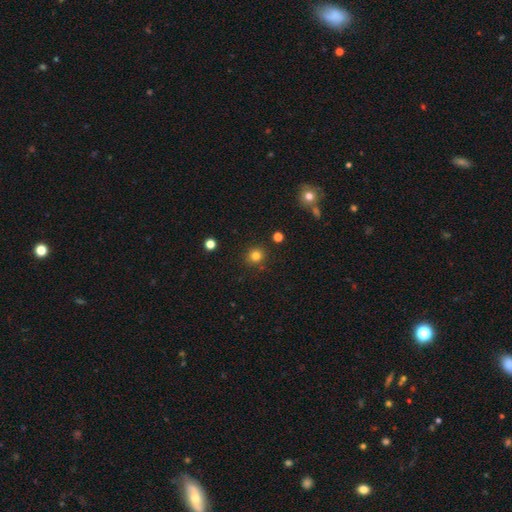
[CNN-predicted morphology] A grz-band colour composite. It shows a smooth galaxy with no disk features (81%) that is round (91%). Merging: none (87%).